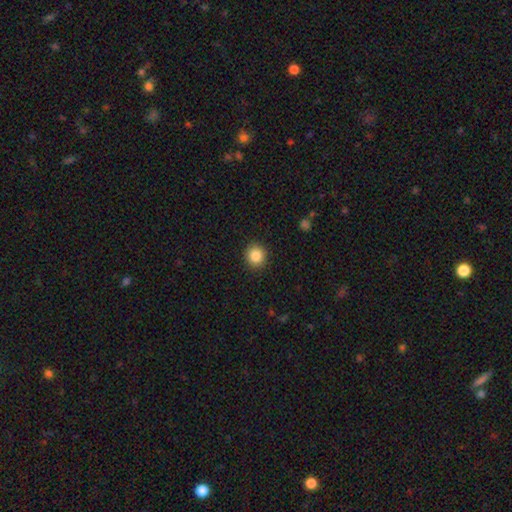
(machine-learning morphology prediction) type=smooth (87%); roundness=round (89%); merging=none (91%).